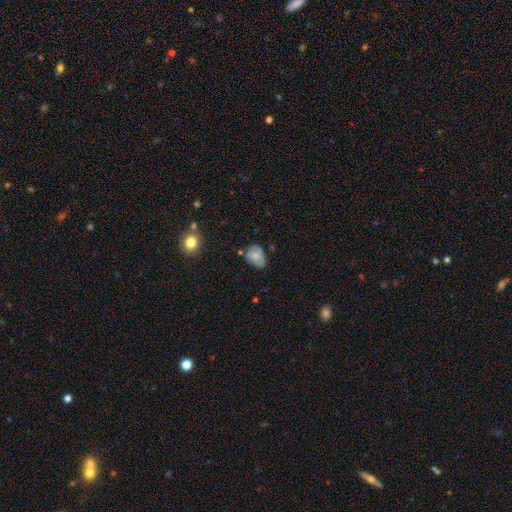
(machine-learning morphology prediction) Smooth or featured? smooth (61%)
How rounded? in between (67%)
Merging? none (45%)